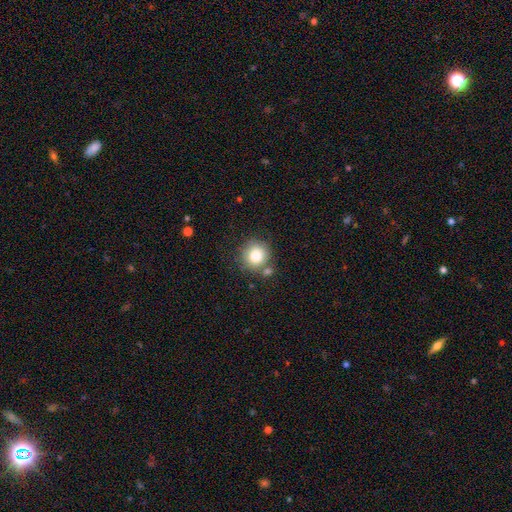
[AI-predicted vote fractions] Smooth or featured: smooth — 81% (star or artifact — 10%)
How rounded: round — 91% (in between — 8%)
Merging: none — 73% (merger — 11%)